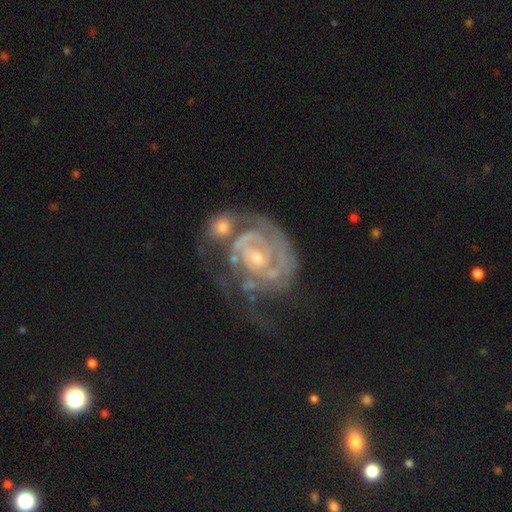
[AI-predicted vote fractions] Smooth or featured? Predicted: featured or disk (p=0.88). Edge-on disk? Predicted: no (p=0.98). Bar? Predicted: no (p=0.62). Spiral arms? Predicted: yes (p=0.94). Spiral winding? Predicted: tight (p=0.72). Spiral arm count? Predicted: 2 (p=0.38). Bulge size? Predicted: small (p=0.66). Merging? Predicted: none (p=0.33).